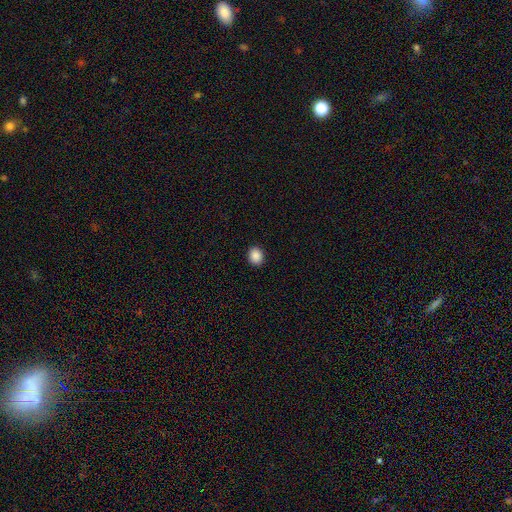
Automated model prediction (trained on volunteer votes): Smooth or featured? smooth (89%)
How rounded? round (64%)
Merging? none (92%)